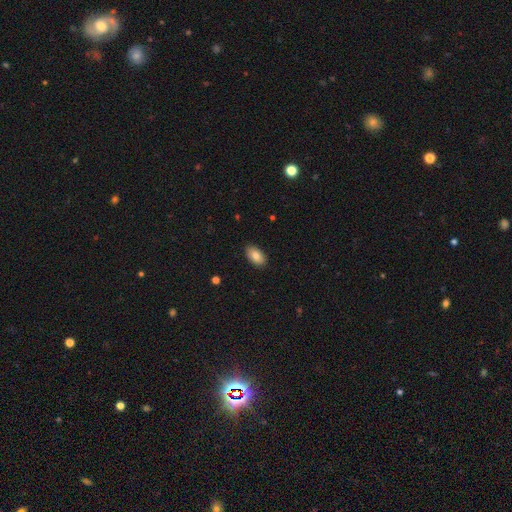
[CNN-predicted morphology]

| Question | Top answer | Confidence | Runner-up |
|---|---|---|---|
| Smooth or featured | smooth | 83% | featured or disk (10%) |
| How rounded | in between | 94% | round (4%) |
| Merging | none | 89% | minor disturbance (8%) |